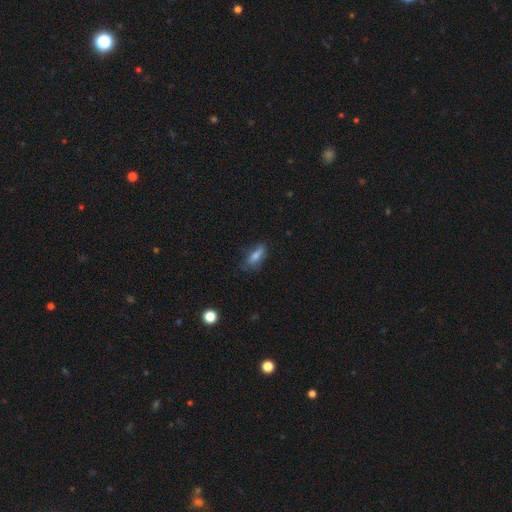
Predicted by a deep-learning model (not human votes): smooth 63%, featured or disk 26%, star or artifact 11%. Down the decision tree: how rounded — in between (64%); merging — none (58%).